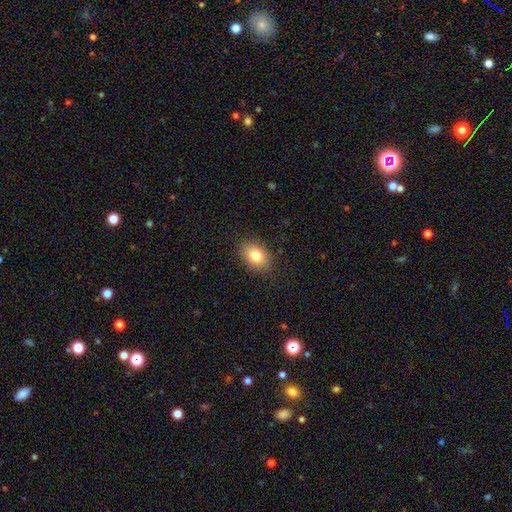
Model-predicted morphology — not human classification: This appears to be a smooth galaxy with no disk features (81%) that is in between round and cigar-shaped (80%). Merging: none (86%).